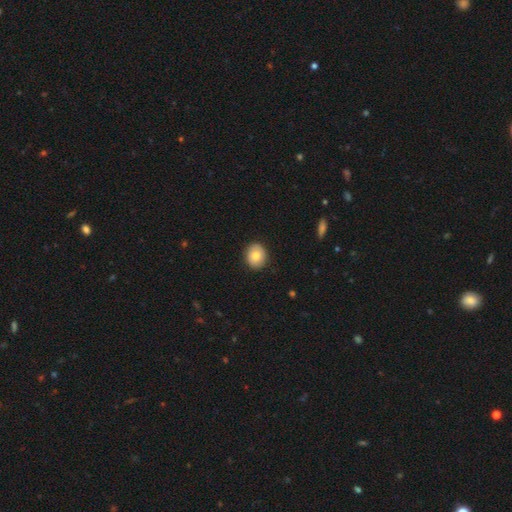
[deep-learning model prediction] smooth_or_featured: smooth (p=0.80) [alt: featured or disk p=0.13]
how_rounded: round (p=0.67) [alt: in between p=0.32]
merging: none (p=0.89) [alt: minor disturbance p=0.08]